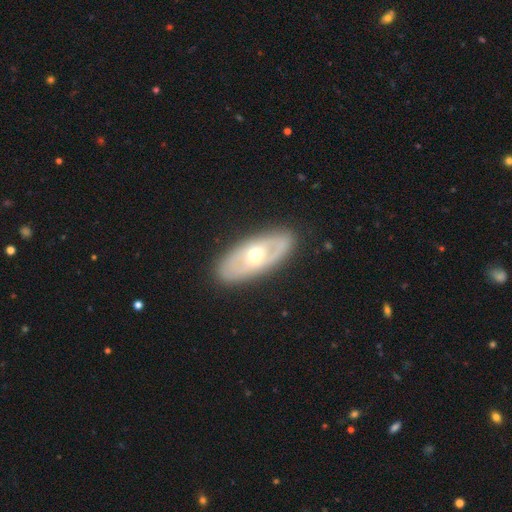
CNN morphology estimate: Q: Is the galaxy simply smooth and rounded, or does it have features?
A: featured or disk — 64%.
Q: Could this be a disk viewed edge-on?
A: no — 83%.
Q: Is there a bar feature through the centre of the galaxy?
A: no — 70%.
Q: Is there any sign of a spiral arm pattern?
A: no — 66%.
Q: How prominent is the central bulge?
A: moderate — 72%.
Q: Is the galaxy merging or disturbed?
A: none — 86%.